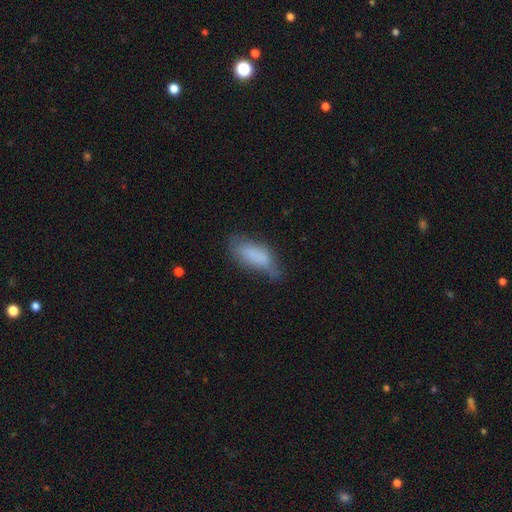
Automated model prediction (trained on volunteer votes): smooth_or_featured: smooth (p=0.73) [alt: featured or disk p=0.19]
how_rounded: in between (p=0.78) [alt: cigar-shaped p=0.20]
merging: none (p=0.41) [alt: minor disturbance p=0.38]